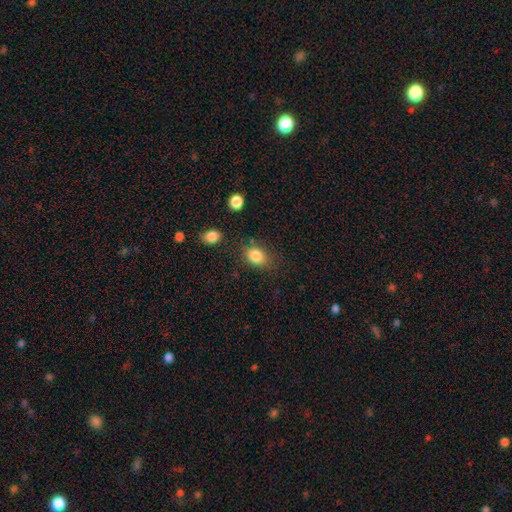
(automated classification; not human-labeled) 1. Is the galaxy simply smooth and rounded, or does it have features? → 84% smooth, 10% star or artifact, 6% featured or disk.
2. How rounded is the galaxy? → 64% in between, 34% round, 1% cigar-shaped.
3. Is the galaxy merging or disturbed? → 74% none, 17% minor disturbance, 6% major disturbance, 4% merger.